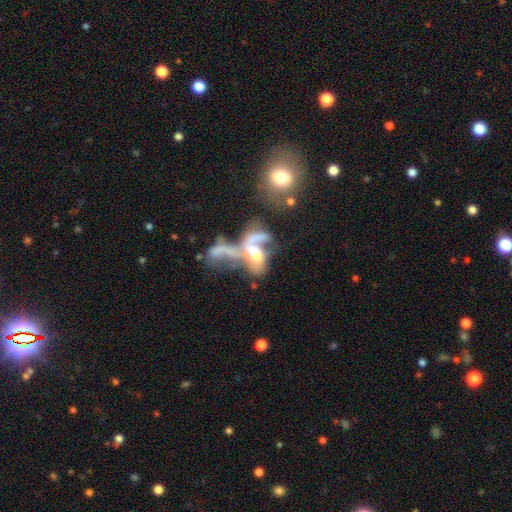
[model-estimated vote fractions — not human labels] A featured or disk galaxy (61%) with no bar (66%), no spiral arms (53%) and a moderate central bulge (44%). Merging: merger (68%).